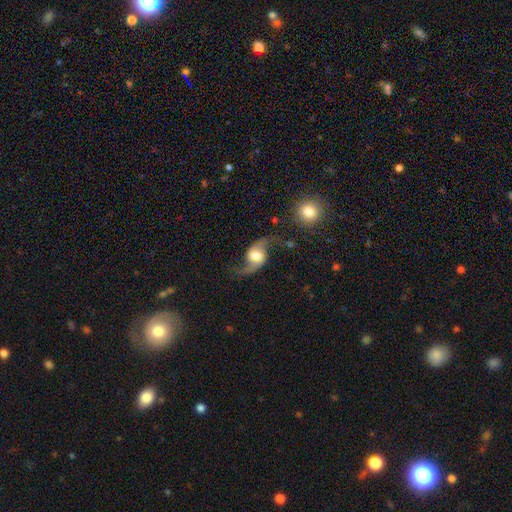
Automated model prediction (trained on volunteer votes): A featured or disk galaxy (85%) with no bar (47%), 2 (94%) loose (87%) spiral arms (96%) and a moderate central bulge (51%).

Vote fractions:
- Smooth or featured? featured or disk: 85% / smooth: 9% / star or artifact: 6%
- Edge-on disk? no: 96% / yes: 4%
- Bar? no: 47% / weak: 38% / strong: 15%
- Spiral arms? yes: 96% / no: 4%
- Spiral winding? loose: 87% / medium: 10% / tight: 2%
- Spiral arm count? 2: 94% / 1: 2% / can't tell: 1% / 3: 1% / 4: 1% / more than 4: 1%
- Bulge size? moderate: 51% / large: 29% / small: 12% / dominant: 5% / none: 3%
- Merging? none: 69% / minor disturbance: 15% / major disturbance: 11% / merger: 4%